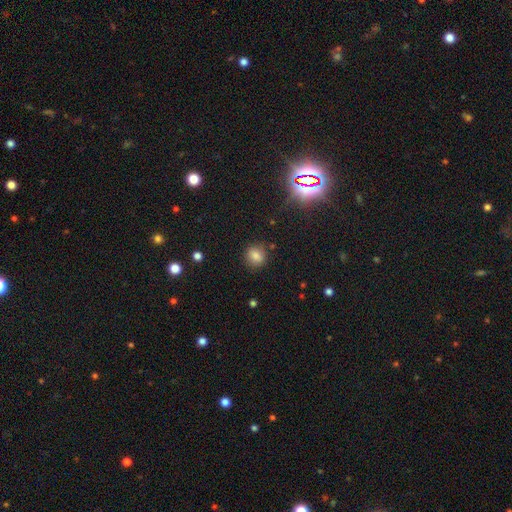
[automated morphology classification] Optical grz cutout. It shows a smooth galaxy with no disk features (79%) that is round (73%). Merging: none (84%).